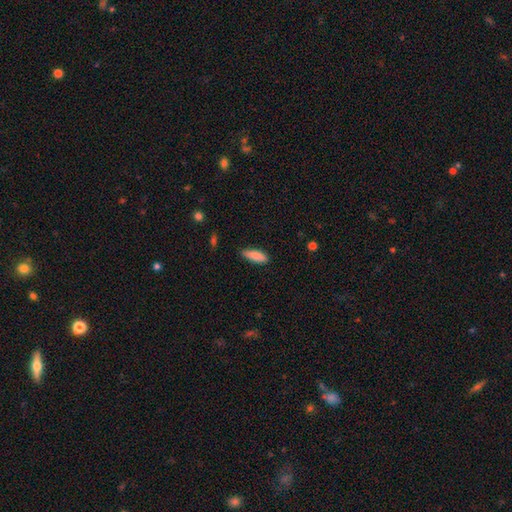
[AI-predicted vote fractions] The model was most divided on "how rounded": in between: 60%, cigar-shaped: 39%, round: 2%. More confident: smooth or featured — smooth (88%); merging — none (82%).